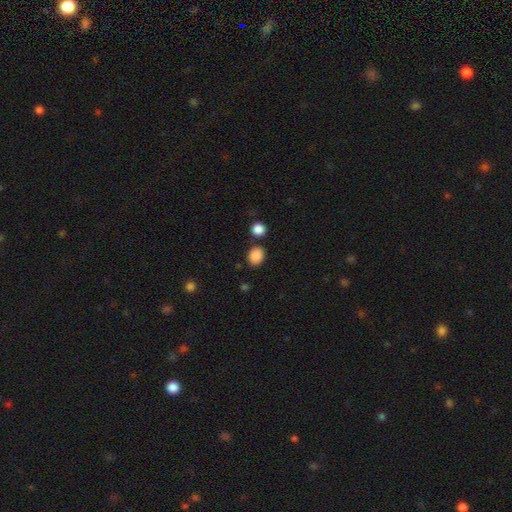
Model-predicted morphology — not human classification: smooth-or-featured: smooth: 87% | star or artifact: 9% | featured or disk: 4%
  how-rounded: in between: 51% | round: 48% | cigar-shaped: 1%
  merging: none: 79% | minor disturbance: 10% | merger: 8% | major disturbance: 3%